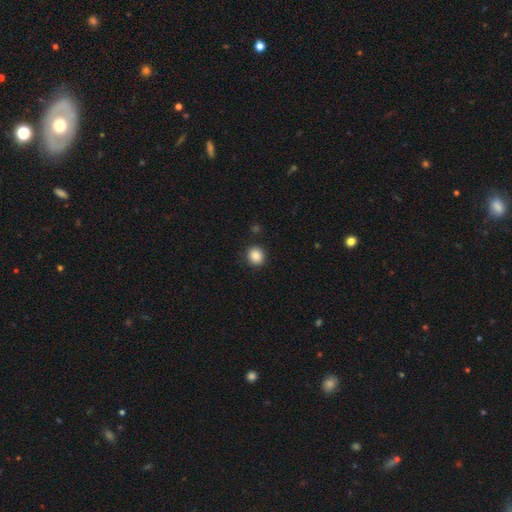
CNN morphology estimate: Overall: smooth (87%). How rounded: round (83%). Merging: none (90%).